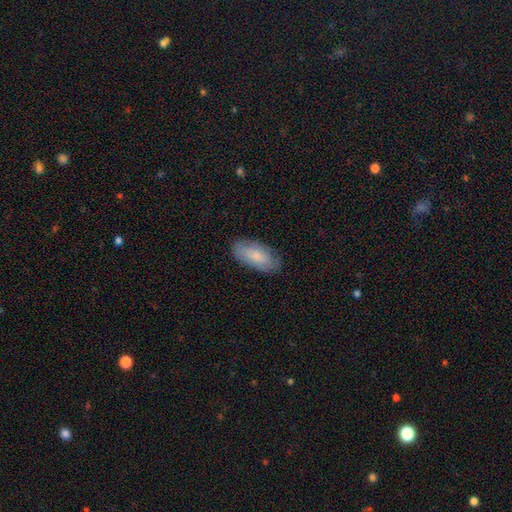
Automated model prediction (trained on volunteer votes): Smooth or featured?
  - smooth: 75% *
  - featured or disk: 19%
  - star or artifact: 6%
How rounded?
  - in between: 90% *
  - cigar-shaped: 8%
  - round: 2%
Merging?
  - none: 81% *
  - minor disturbance: 15%
  - major disturbance: 3%
  - merger: 1%